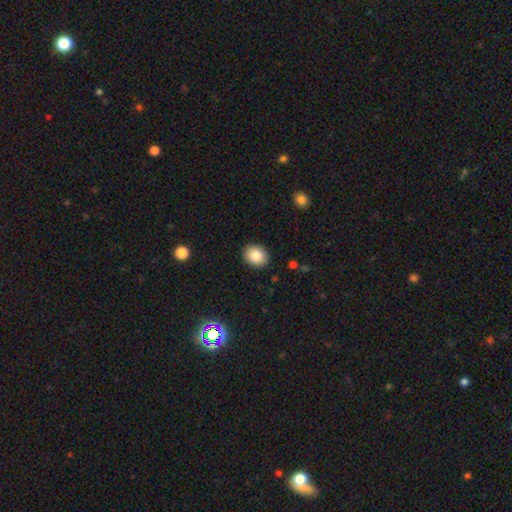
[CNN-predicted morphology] smooth-or-featured: smooth: 84% | star or artifact: 9% | featured or disk: 7%
  how-rounded: round: 53% | in between: 46% | cigar-shaped: 1%
  merging: none: 90% | minor disturbance: 7% | major disturbance: 2% | merger: 1%